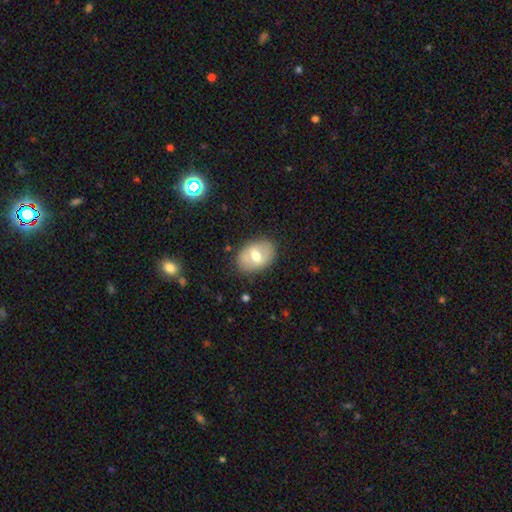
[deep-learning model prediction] A smooth galaxy with no disk features (56%) that is in between round and cigar-shaped (78%). Merging: none (83%).